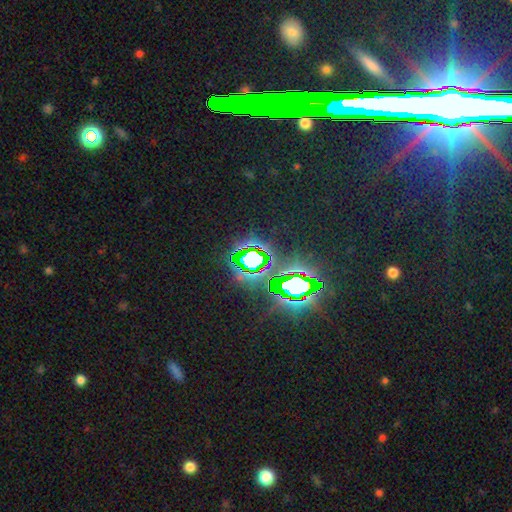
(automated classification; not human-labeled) This appears to be a star or artifact, not a galaxy (78%).